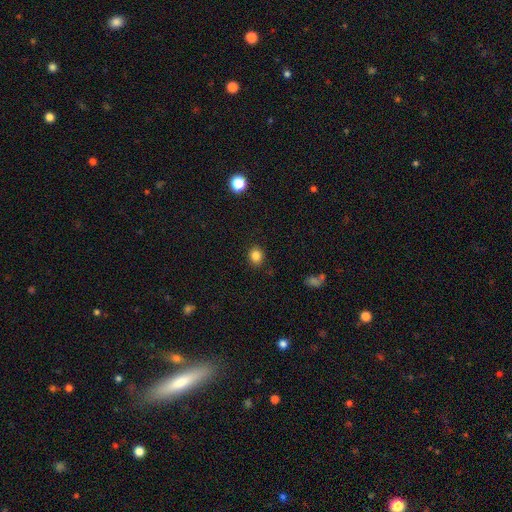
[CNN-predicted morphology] A smooth galaxy with no disk features (84%) that is round (68%). Merging: none (88%).